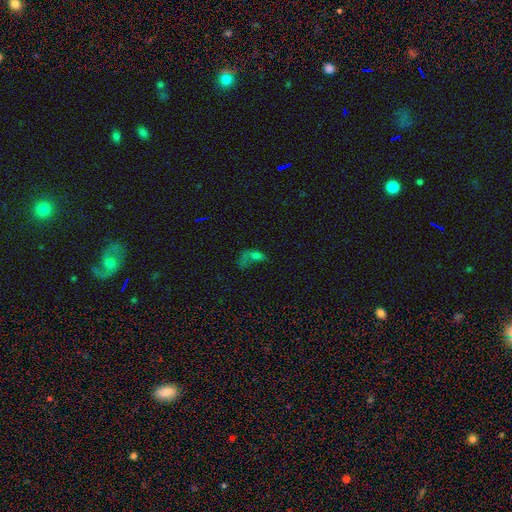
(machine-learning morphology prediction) This appears to be a smooth galaxy with no disk features (52%) that is in between round and cigar-shaped (76%). Merging: major disturbance (49%).